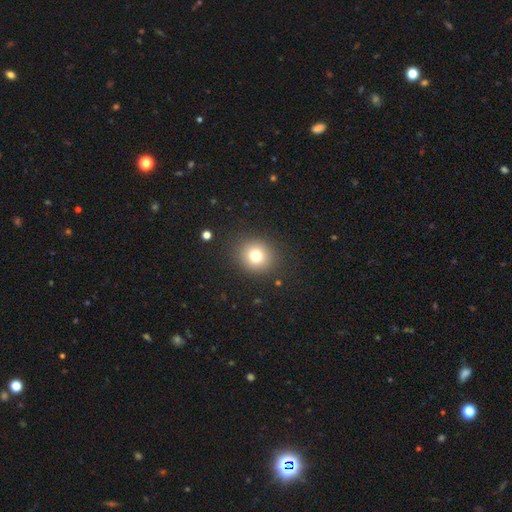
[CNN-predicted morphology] Smooth or featured? Predicted: smooth (p=0.77). How rounded? Predicted: round (p=0.81). Merging? Predicted: none (p=0.88).